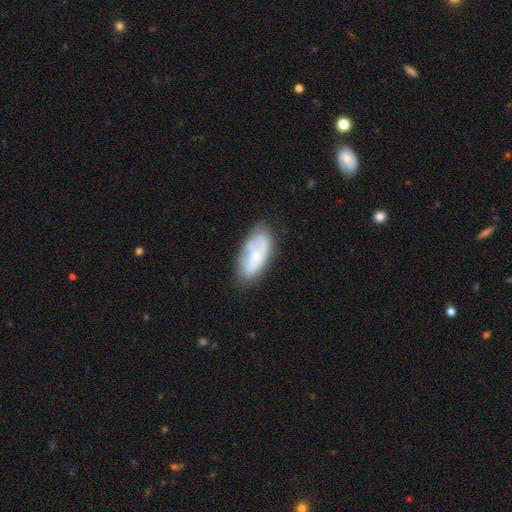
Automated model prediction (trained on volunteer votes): Morphology: type=smooth (51%); roundness=in between (87%); merging=none (60%).